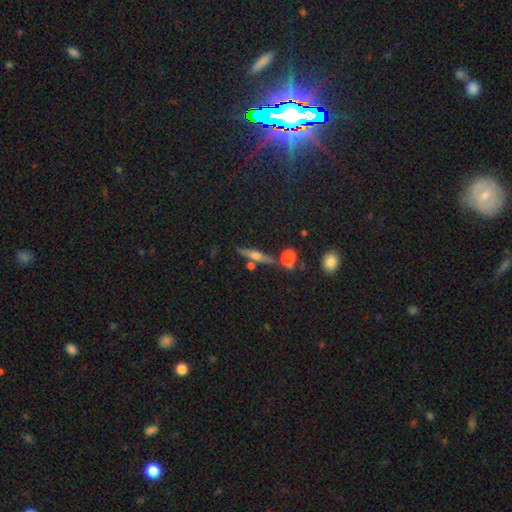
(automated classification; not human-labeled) The model was most divided on "smooth or featured": featured or disk: 53%, smooth: 36%, star or artifact: 11%. More confident: edge-on disk — yes (92%); merging — none (70%).